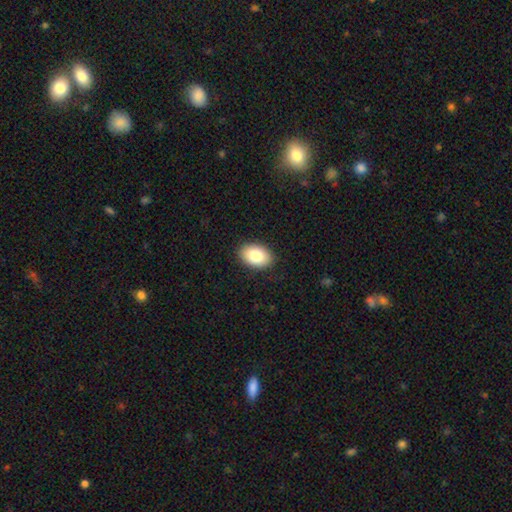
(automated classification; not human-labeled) The model was most divided on "how rounded": in between: 86%, round: 13%, cigar-shaped: 1%. More confident: merging — none (88%); smooth or featured — smooth (83%).